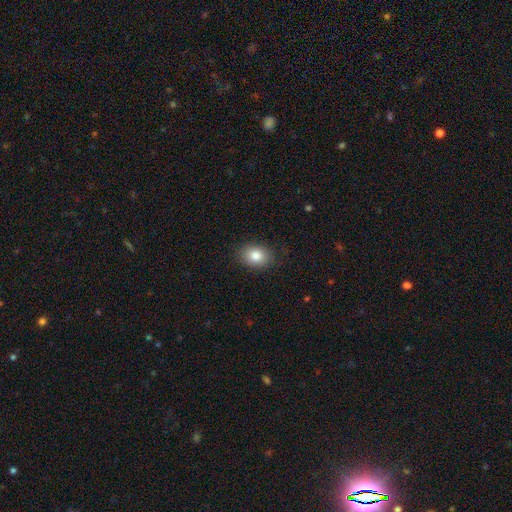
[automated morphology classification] smooth_or_featured: smooth (p=0.83) [alt: star or artifact p=0.09]
how_rounded: in between (p=0.66) [alt: round p=0.33]
merging: none (p=0.86) [alt: minor disturbance p=0.10]